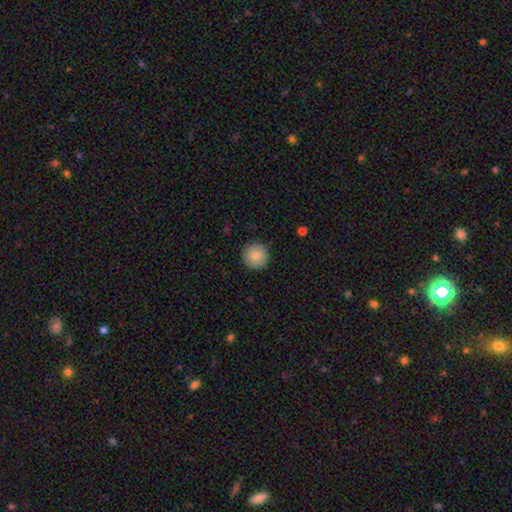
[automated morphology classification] type=smooth (81%); roundness=round (96%); merging=none (91%).